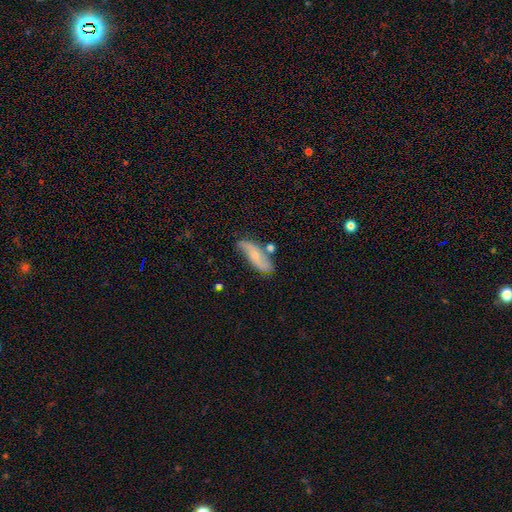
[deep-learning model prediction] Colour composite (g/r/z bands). It shows a featured or disk galaxy (57%). Merging: none (61%).